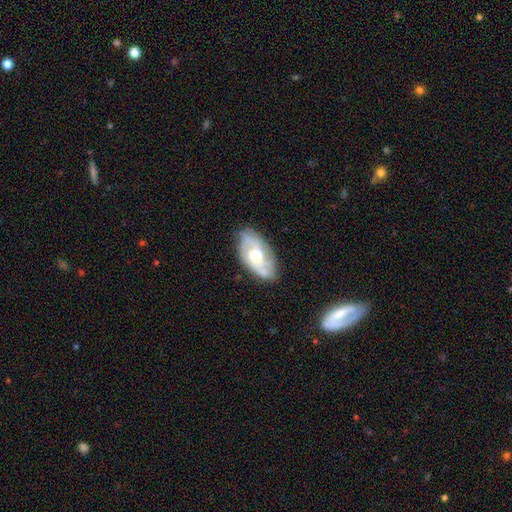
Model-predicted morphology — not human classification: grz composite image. It shows a featured or disk galaxy (76%) with no bar (62%), 2 (46%) medium (46%) spiral arms (93%) and a moderate central bulge (54%). Merging: none (73%).